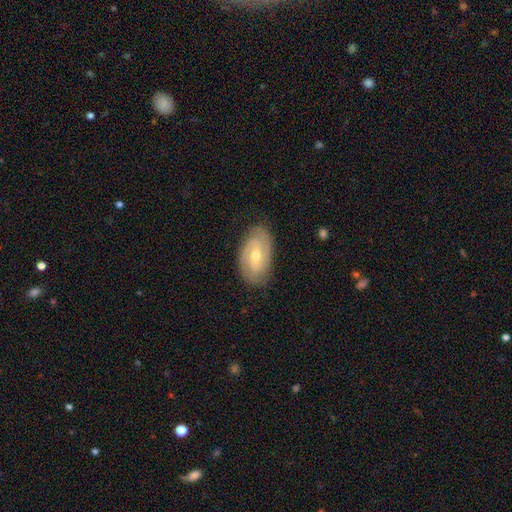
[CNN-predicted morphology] This is likely a featured or disk galaxy (75%). It is clearly not viewed edge-on (95%). Bar: possibly weak (52%). Spiral arm pattern: clearly yes (89%). Spiral arm count: likely 2 (75%). Spiral winding: possibly tight (48%). Central bulge: possibly moderate (56%). Merging: clearly none (81%).